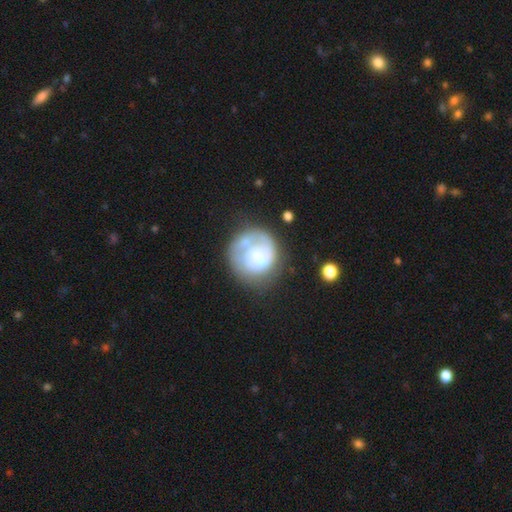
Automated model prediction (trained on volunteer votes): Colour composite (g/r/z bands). It shows a featured or disk galaxy (55%) with no bar (78%), spiral arms (67%) and no central bulge (35%). Merging: none (55%).